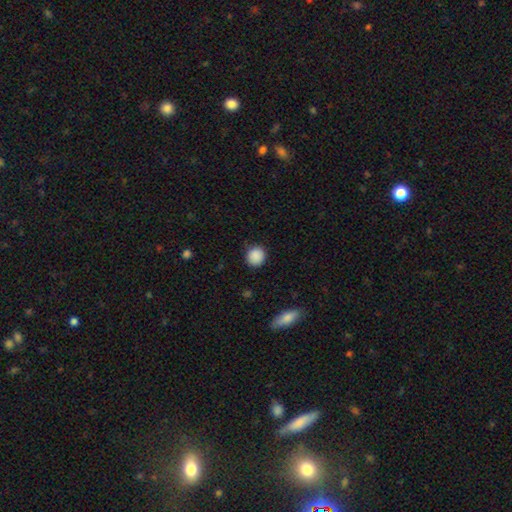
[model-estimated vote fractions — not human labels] This appears to be a smooth galaxy with no disk features (89%) that is round (88%). Merging: none (87%).